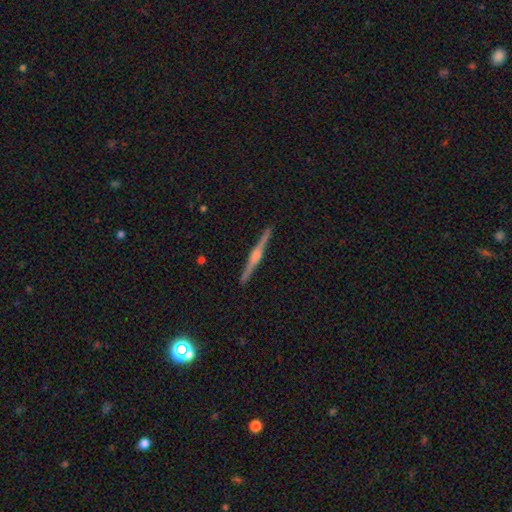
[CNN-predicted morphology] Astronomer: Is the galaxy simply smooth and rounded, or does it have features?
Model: featured or disk — 82%.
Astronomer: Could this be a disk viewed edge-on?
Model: yes — 99%.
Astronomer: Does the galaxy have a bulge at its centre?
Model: rounded — 82%.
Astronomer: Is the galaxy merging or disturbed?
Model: none — 93%.